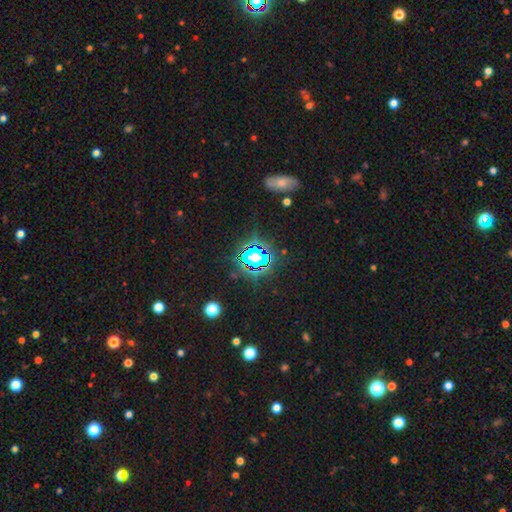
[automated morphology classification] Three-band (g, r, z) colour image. It shows a star or artifact, not a galaxy (69%).